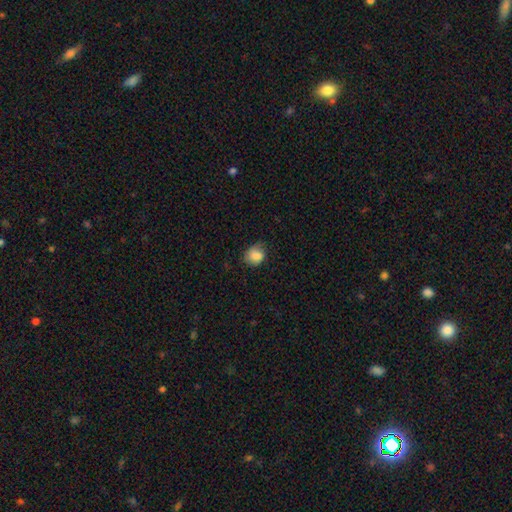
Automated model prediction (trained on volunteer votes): Morphology: type=smooth (83%); roundness=round (63%); merging=none (58%).